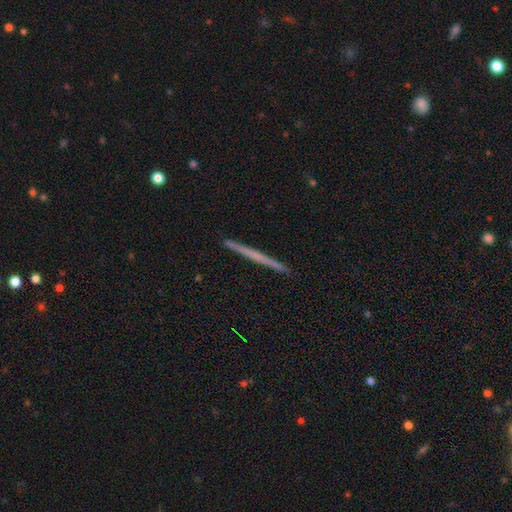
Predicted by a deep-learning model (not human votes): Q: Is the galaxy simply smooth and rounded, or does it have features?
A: featured or disk — 54%.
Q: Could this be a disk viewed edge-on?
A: yes — 98%.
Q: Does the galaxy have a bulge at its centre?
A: none — 89%.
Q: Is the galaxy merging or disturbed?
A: none — 93%.